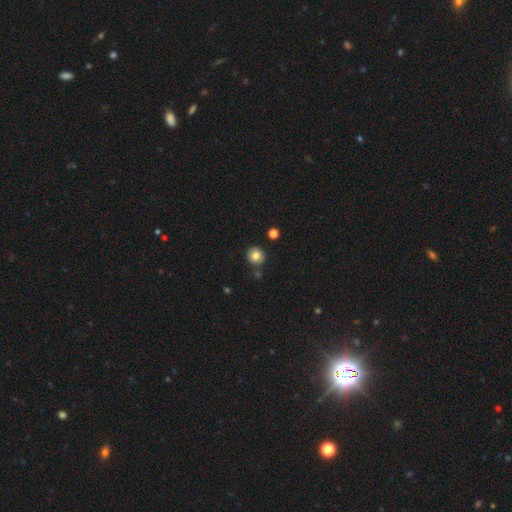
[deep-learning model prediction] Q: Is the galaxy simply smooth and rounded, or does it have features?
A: smooth — 80%.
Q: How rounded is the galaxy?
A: round — 91%.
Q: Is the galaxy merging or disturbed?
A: none — 84%.